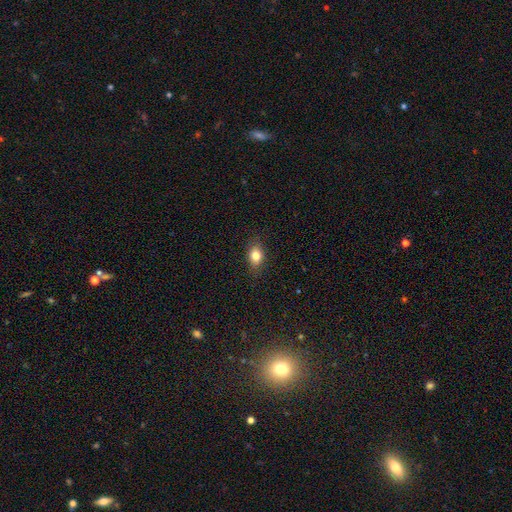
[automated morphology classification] Smooth or featured: smooth — 80% (featured or disk — 10%)
How rounded: in between — 70% (round — 27%)
Merging: none — 83% (minor disturbance — 13%)